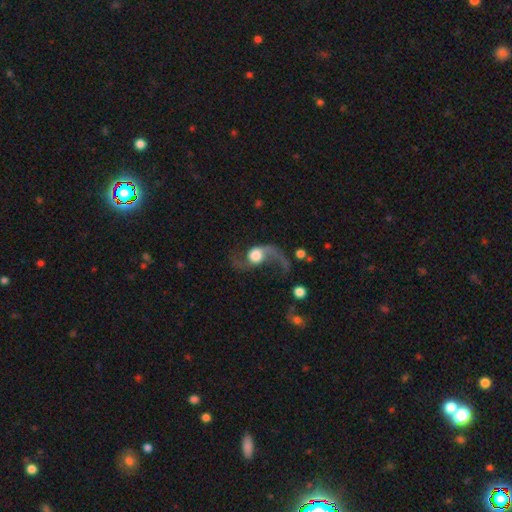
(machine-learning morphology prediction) The model was most divided on "bulge size": large: 48%, moderate: 28%, dominant: 16%, small: 5%, none: 3%. More confident: edge-on disk — no (96%); spiral arms — yes (94%); spiral winding — loose (88%); spiral arm count — 2 (87%); smooth or featured — featured or disk (80%); bar — no (66%); merging — none (53%).